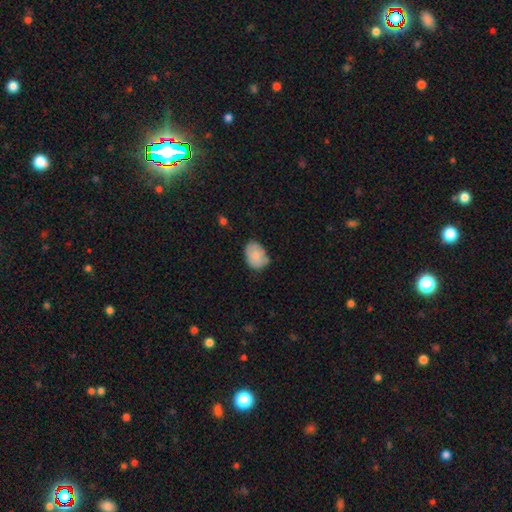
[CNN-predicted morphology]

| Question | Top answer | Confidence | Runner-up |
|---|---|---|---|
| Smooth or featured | smooth | 80% | featured or disk (13%) |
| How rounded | in between | 75% | round (24%) |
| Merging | none | 65% | minor disturbance (27%) |